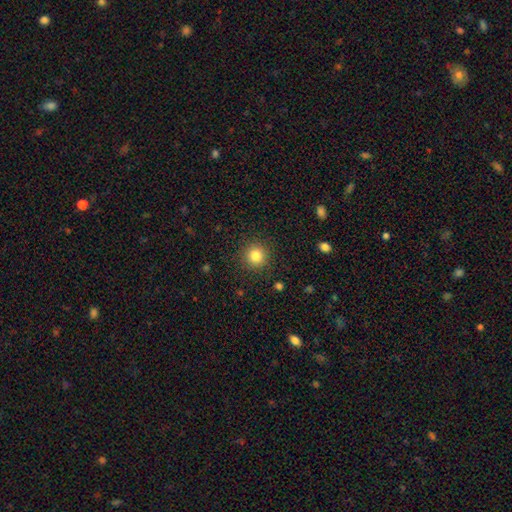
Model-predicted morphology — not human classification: smooth_or_featured: smooth (p=0.83) [alt: star or artifact p=0.11]
how_rounded: round (p=0.94) [alt: in between p=0.05]
merging: none (p=0.90) [alt: minor disturbance p=0.06]